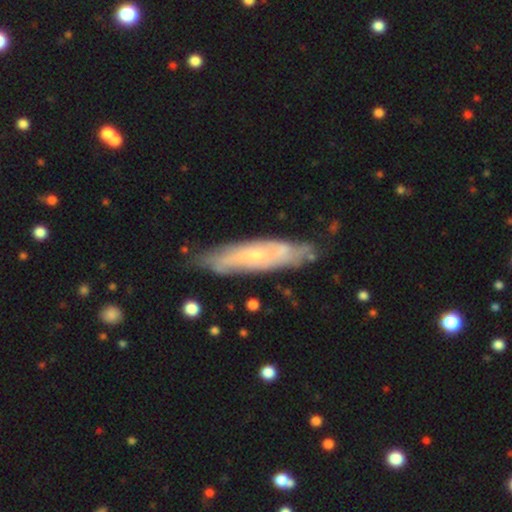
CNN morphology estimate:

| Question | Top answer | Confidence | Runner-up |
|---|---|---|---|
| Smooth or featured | featured or disk | 62% | smooth (32%) |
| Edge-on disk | no | 64% | yes (36%) |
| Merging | none | 71% | minor disturbance (21%) |